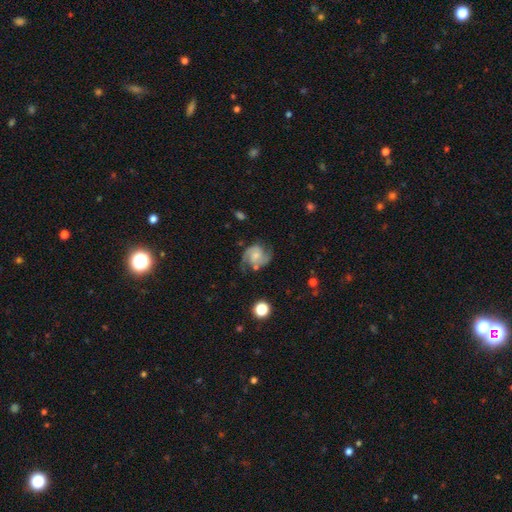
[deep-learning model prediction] smooth-or-featured: featured or disk: 82% | smooth: 11% | star or artifact: 7%
  disk-edge-on: no: 98% | yes: 2%
    bar: no: 54% | weak: 38% | strong: 8%
    has-spiral-arms: yes: 96% | no: 4%
      spiral-winding: medium: 54% | tight: 27% | loose: 20%
      spiral-arm-count: 2: 89% | can't tell: 4% | 3: 3% | 1: 2% | 4: 1% | more than 4: 1%
    bulge-size: small: 44% | moderate: 33% | none: 16% | large: 5% | dominant: 2%
  merging: none: 67% | minor disturbance: 20% | major disturbance: 10% | merger: 4%